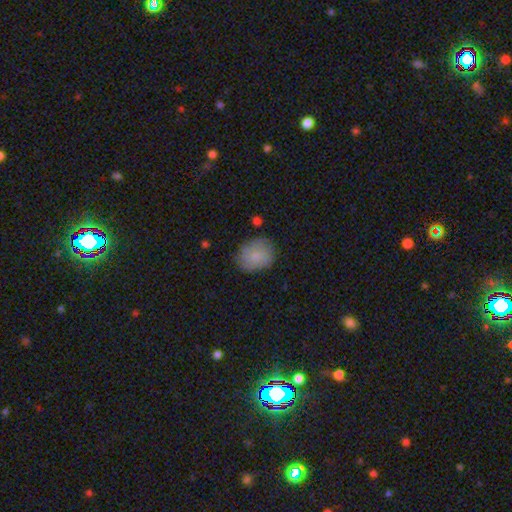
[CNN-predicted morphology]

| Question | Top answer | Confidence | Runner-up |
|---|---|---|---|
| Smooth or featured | smooth | 83% | featured or disk (10%) |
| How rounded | round | 61% | in between (38%) |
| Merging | none | 79% | minor disturbance (16%) |